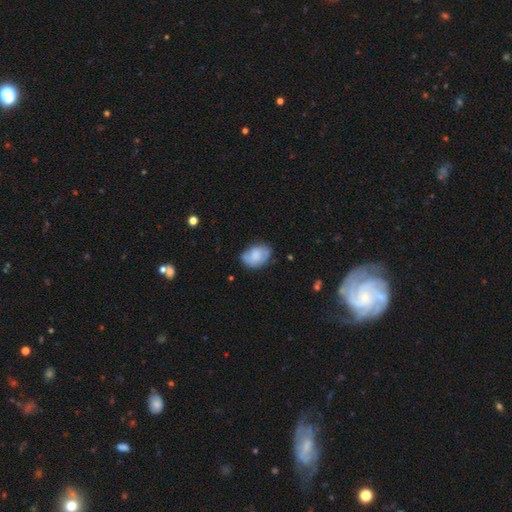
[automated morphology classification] Smooth or featured? smooth (65%)
How rounded? in between (82%)
Merging? none (62%)